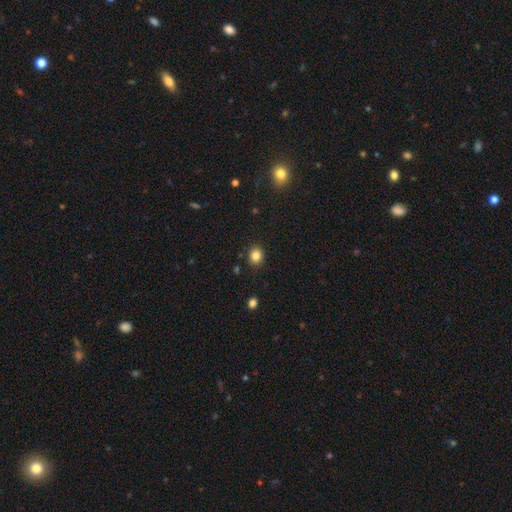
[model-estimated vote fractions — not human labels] Smooth or featured? smooth (84%)
How rounded? round (69%)
Merging? none (88%)